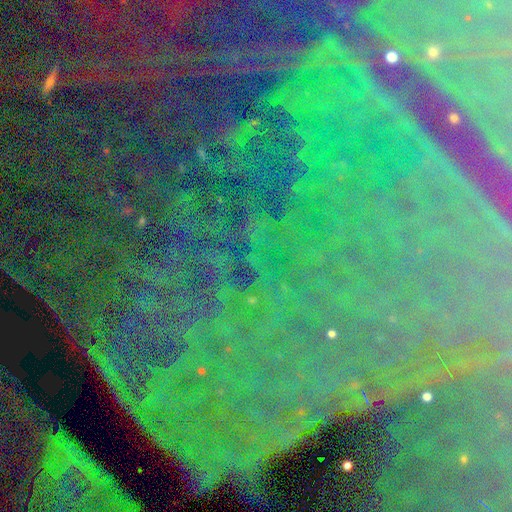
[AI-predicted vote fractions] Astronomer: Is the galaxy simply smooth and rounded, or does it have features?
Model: star or artifact — 85%.